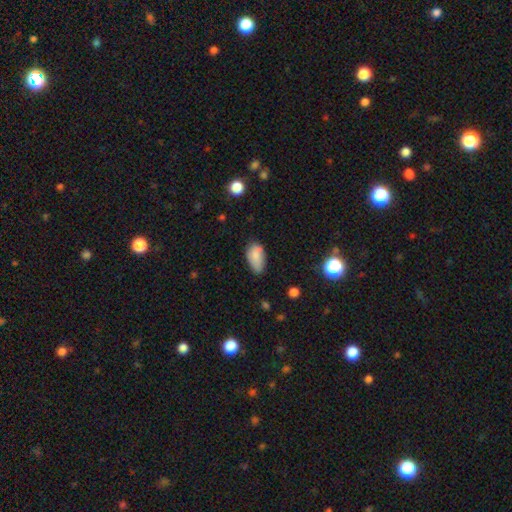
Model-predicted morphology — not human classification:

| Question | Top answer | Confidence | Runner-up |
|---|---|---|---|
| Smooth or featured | smooth | 82% | featured or disk (9%) |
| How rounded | in between | 93% | round (4%) |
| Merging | none | 55% | minor disturbance (35%) |